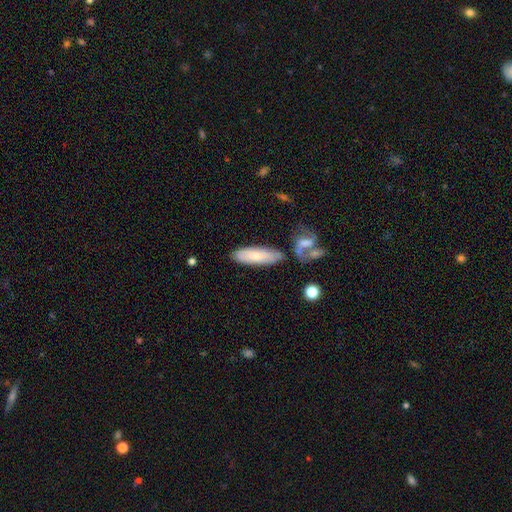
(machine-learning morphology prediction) type=smooth (70%); roundness=in between (55%); merging=none (72%).